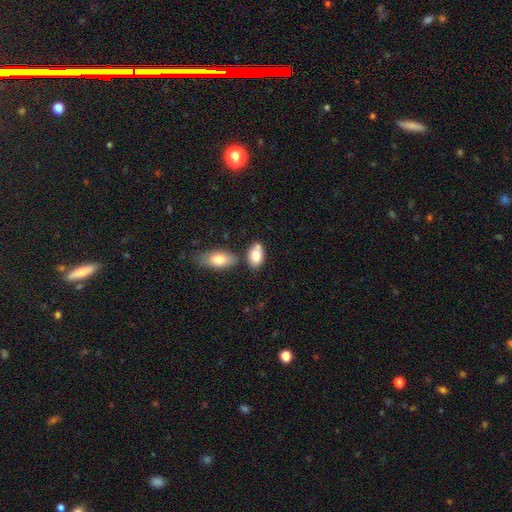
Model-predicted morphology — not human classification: Smooth or featured: smooth — 79% (featured or disk — 14%)
How rounded: in between — 89% (round — 9%)
Merging: none — 53% (merger — 26%)